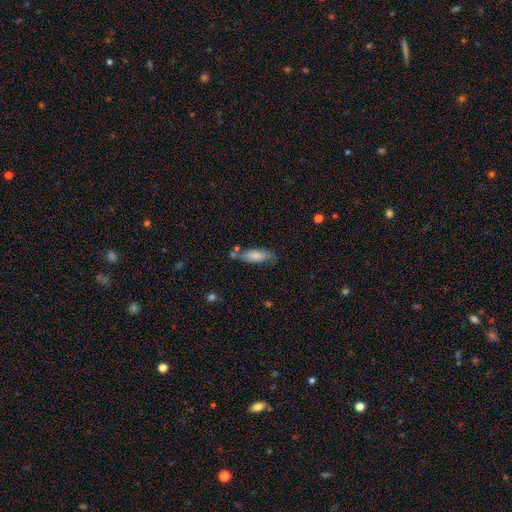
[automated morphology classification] smooth-or-featured: smooth: 79% | featured or disk: 15% | star or artifact: 6%
  how-rounded: in between: 68% | cigar-shaped: 30% | round: 2%
  merging: none: 59% | minor disturbance: 24% | merger: 11% | major disturbance: 6%